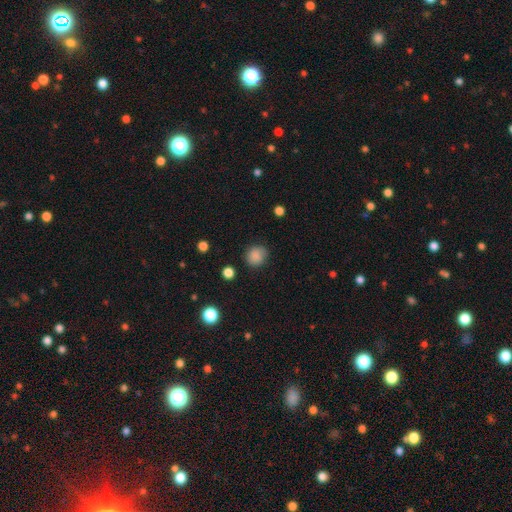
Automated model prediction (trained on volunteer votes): Smooth or featured? smooth (85%)
How rounded? round (81%)
Merging? none (79%)